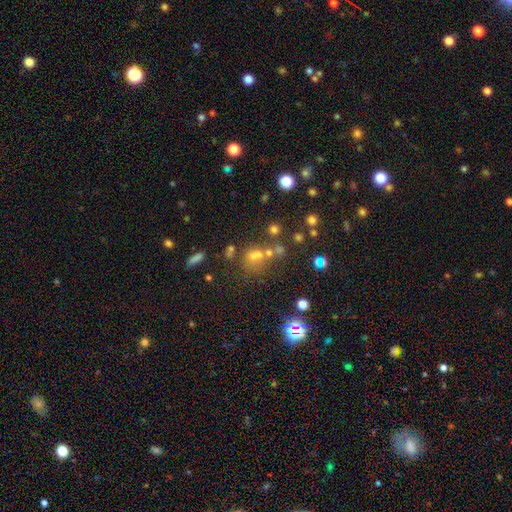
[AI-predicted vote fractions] smooth 48%, star or artifact 36%, featured or disk 16%. Down the decision tree: merging — none (47%).